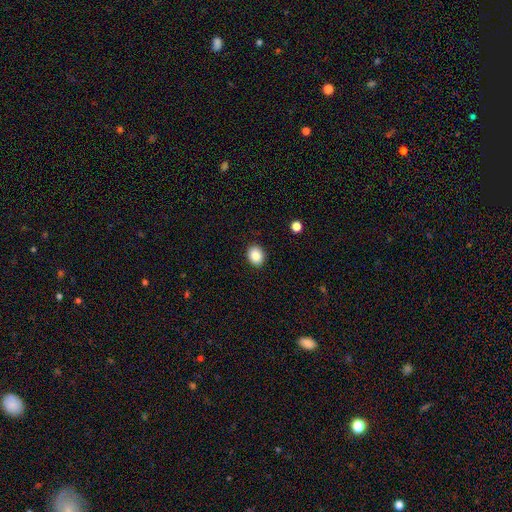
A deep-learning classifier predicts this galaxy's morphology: Smooth or featured: smooth — 86% (star or artifact — 9%)
How rounded: round — 59% (in between — 40%)
Merging: none — 91% (minor disturbance — 6%)